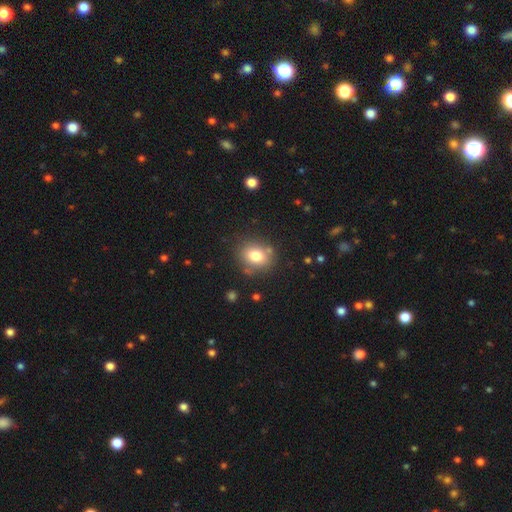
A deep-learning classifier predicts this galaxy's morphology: The model was most divided on "how rounded": round: 54%, in between: 46%, cigar-shaped: 1%. More confident: merging — none (80%); smooth or featured — smooth (78%).